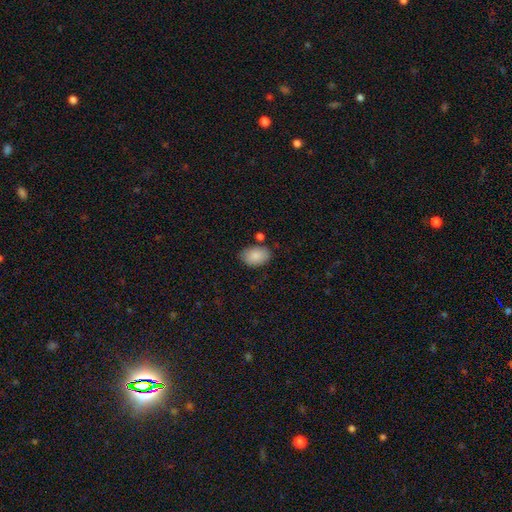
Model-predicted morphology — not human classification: Smooth or featured? Predicted: smooth (p=0.88). How rounded? Predicted: in between (p=0.90). Merging? Predicted: none (p=0.77).